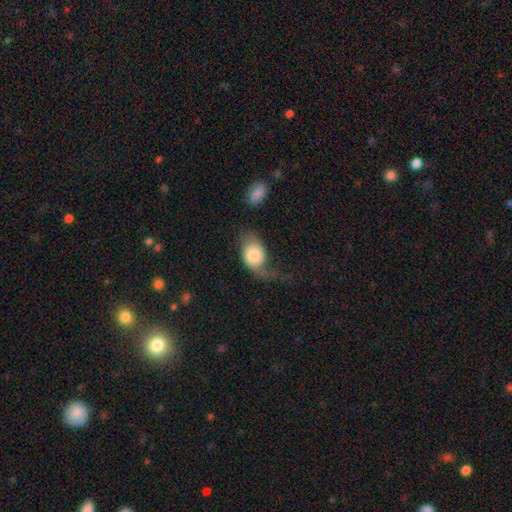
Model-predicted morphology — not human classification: This is likely a smooth galaxy (61%). How rounded: likely in between (69%). Merging: possibly major disturbance (48%).